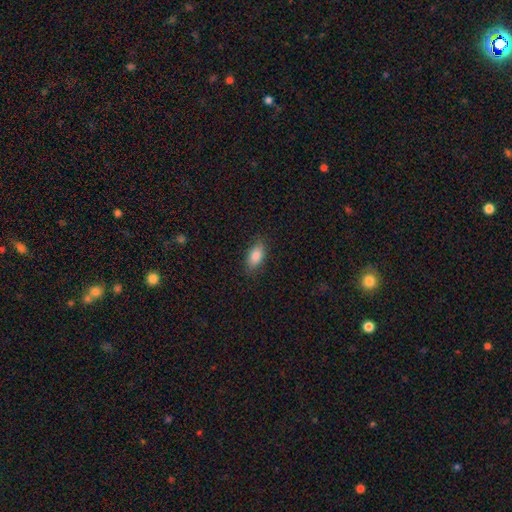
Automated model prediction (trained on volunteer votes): smooth_or_featured: smooth (p=0.86) [alt: featured or disk p=0.07]
how_rounded: in between (p=0.88) [alt: cigar-shaped p=0.09]
merging: none (p=0.84) [alt: minor disturbance p=0.12]